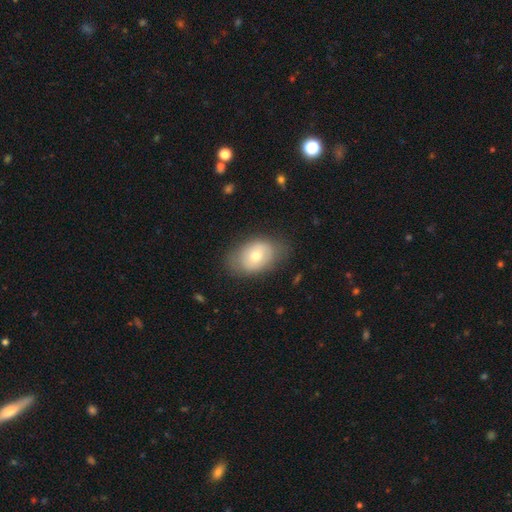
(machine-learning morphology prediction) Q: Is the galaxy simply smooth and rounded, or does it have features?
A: smooth — 66%.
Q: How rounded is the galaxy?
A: in between — 81%.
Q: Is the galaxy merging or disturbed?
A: none — 74%.